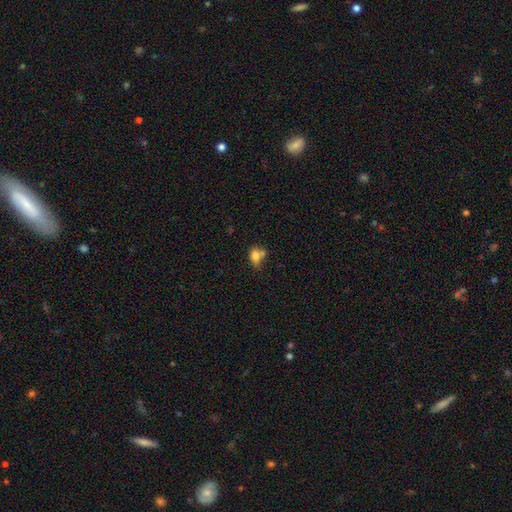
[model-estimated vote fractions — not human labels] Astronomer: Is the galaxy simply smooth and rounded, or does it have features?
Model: smooth — 77%.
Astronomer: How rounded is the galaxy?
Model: in between — 68%.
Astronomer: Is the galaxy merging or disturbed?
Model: none — 38% (runner-up: merger, 36%).